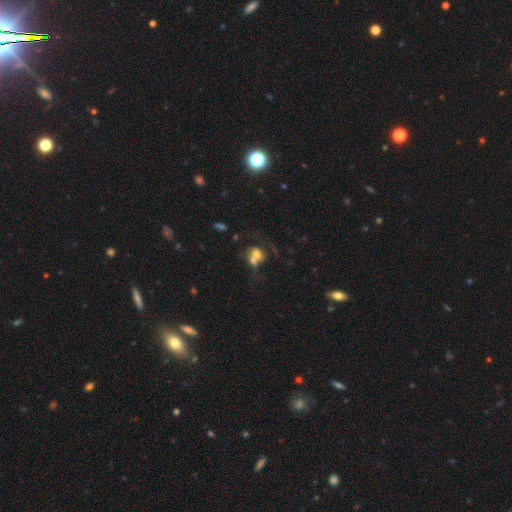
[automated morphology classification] Smooth or featured?
  - smooth: 58% *
  - featured or disk: 28%
  - star or artifact: 14%
How rounded?
  - round: 54% *
  - in between: 45%
  - cigar-shaped: 2%
Merging?
  - merger: 66% *
  - none: 17%
  - major disturbance: 10%
  - minor disturbance: 7%